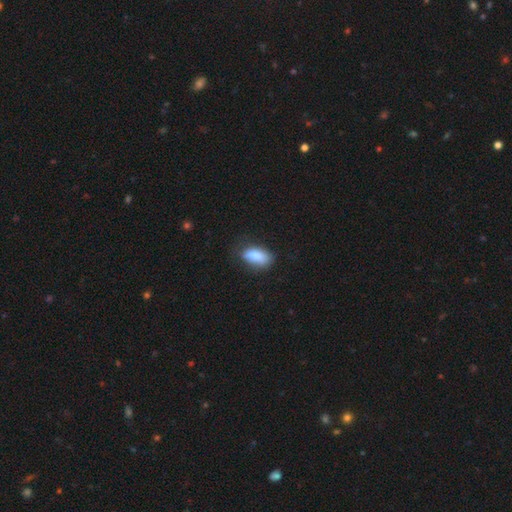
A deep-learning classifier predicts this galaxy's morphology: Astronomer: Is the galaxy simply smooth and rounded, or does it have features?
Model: smooth — 82%.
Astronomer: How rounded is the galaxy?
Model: in between — 85%.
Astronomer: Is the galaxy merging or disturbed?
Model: none — 62%.